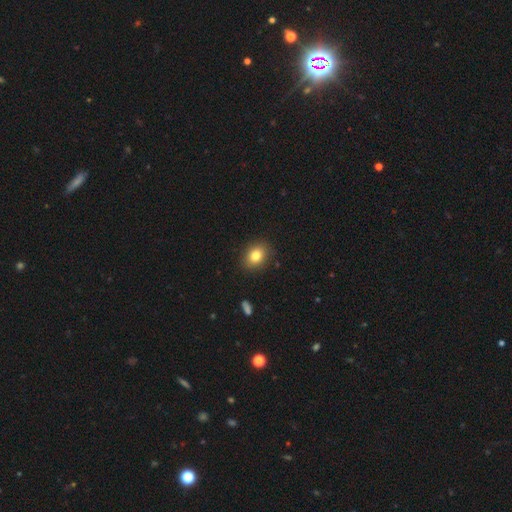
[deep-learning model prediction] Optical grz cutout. It shows a smooth galaxy with no disk features (82%) that is in between round and cigar-shaped (59%). Merging: none (88%).